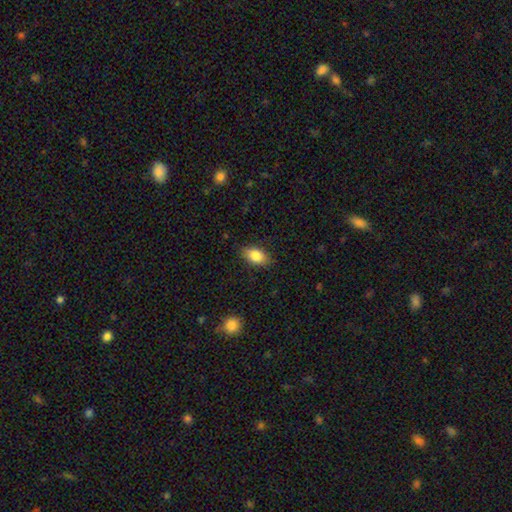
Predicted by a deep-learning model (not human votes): Overall: smooth (85%). How rounded: in between (90%). Merging: none (86%).